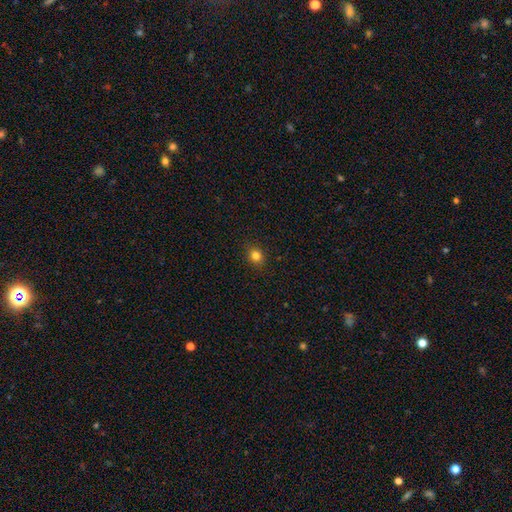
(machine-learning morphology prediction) Smooth or featured? smooth (80%)
How rounded? round (67%)
Merging? none (90%)